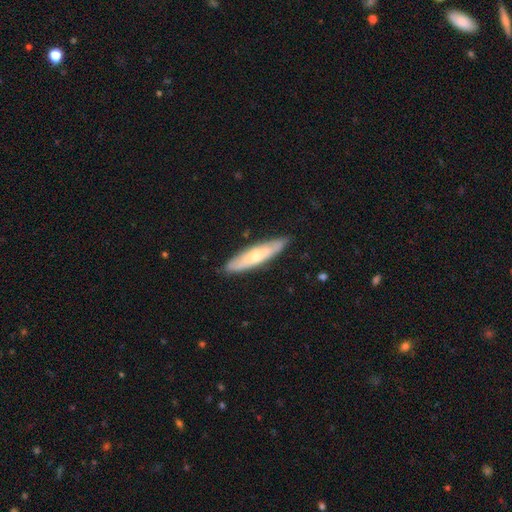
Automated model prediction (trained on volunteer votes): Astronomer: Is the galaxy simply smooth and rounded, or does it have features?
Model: smooth — 50% (runner-up: featured or disk, 45%).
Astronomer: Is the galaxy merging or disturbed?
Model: none — 85%.